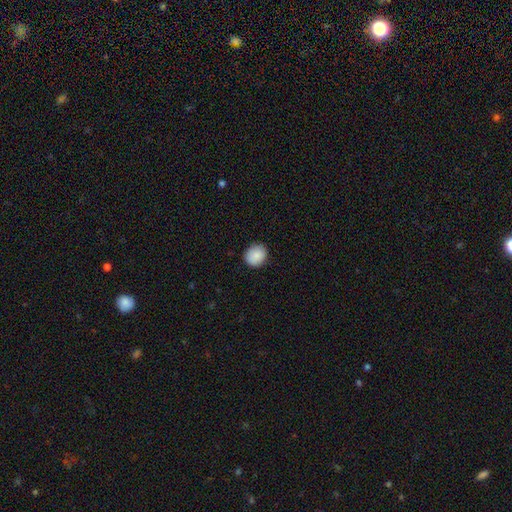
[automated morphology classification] Smooth or featured? Predicted: smooth (p=0.88). How rounded? Predicted: round (p=0.71). Merging? Predicted: none (p=0.86).